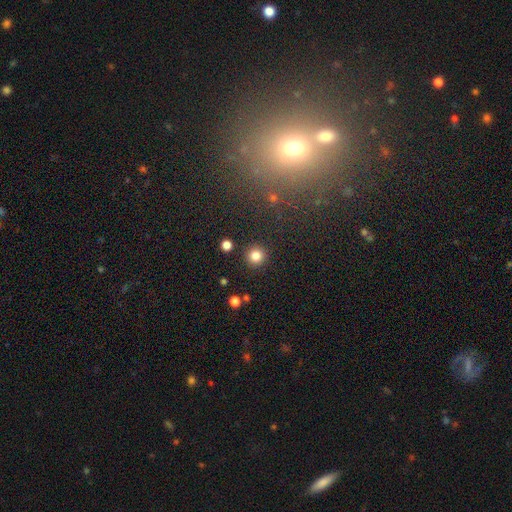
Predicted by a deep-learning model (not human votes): Q: Smooth or featured?
A: smooth (83%); runner-up: star or artifact (12%)
Q: How rounded?
A: round (95%); runner-up: in between (4%)
Q: Merging?
A: none (91%); runner-up: minor disturbance (5%)